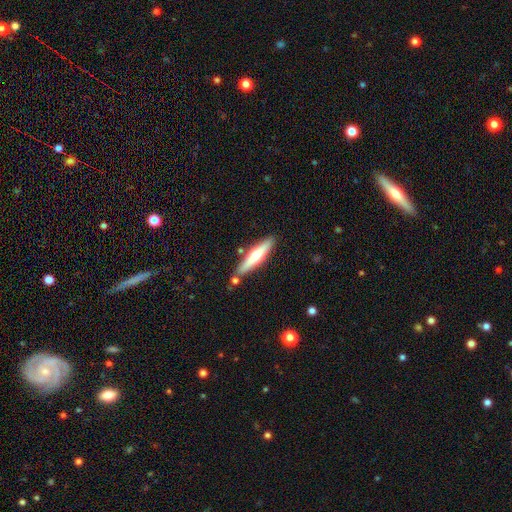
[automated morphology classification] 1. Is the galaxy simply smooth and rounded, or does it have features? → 48% featured or disk, 46% smooth, 6% star or artifact.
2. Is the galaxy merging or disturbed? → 81% none, 11% minor disturbance, 6% merger, 2% major disturbance.